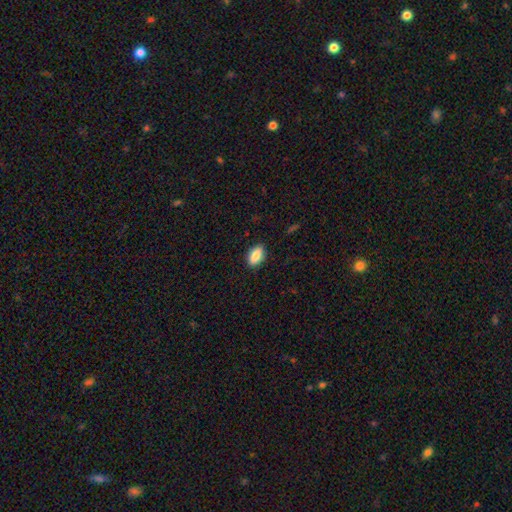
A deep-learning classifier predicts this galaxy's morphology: smooth_or_featured: smooth (p=0.88) [alt: star or artifact p=0.07]
how_rounded: in between (p=0.91) [alt: round p=0.06]
merging: none (p=0.88) [alt: minor disturbance p=0.09]